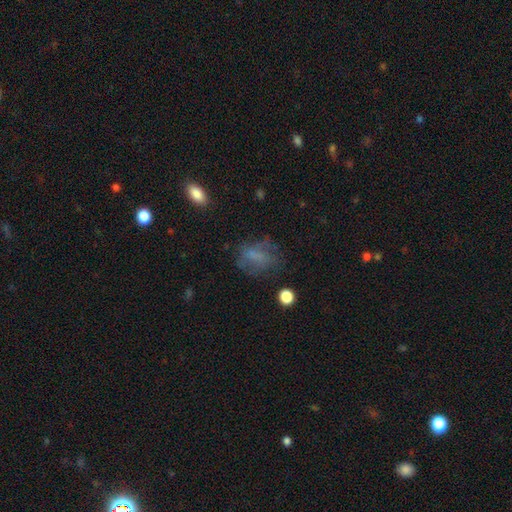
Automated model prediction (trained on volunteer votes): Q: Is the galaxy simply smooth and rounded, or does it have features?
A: smooth — 54%.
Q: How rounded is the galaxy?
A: in between — 68%.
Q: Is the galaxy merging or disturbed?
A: none — 55%.